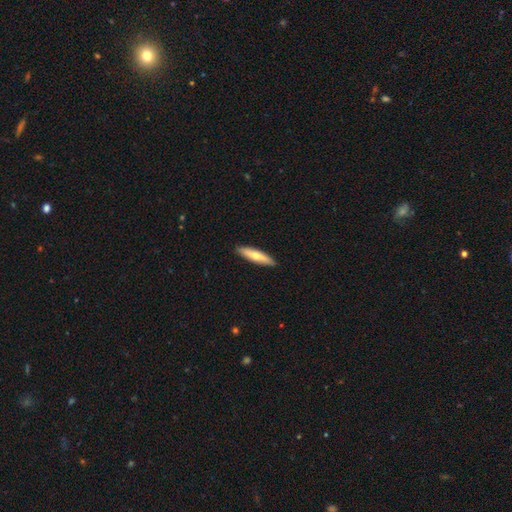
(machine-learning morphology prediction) smooth_or_featured: smooth (p=0.60) [alt: featured or disk p=0.35]
how_rounded: cigar-shaped (p=0.80) [alt: in between p=0.19]
merging: none (p=0.90) [alt: minor disturbance p=0.07]